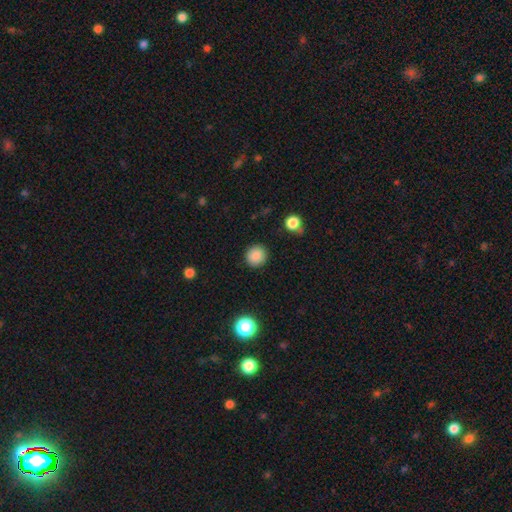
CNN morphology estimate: Overall: smooth (87%). How rounded: round (92%). Merging: none (90%).